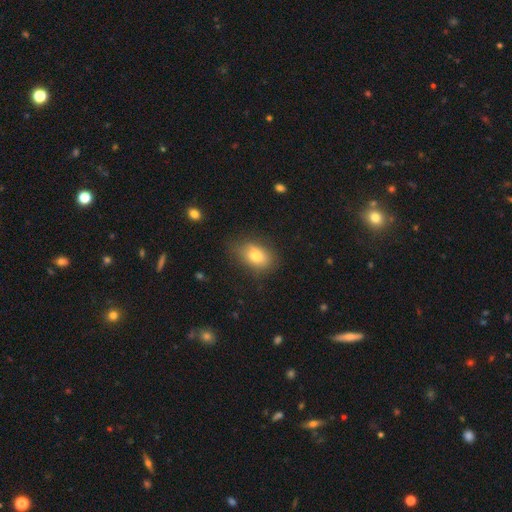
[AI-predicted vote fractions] Smooth or featured?
  - smooth: 75% *
  - featured or disk: 15%
  - star or artifact: 10%
How rounded?
  - in between: 79% *
  - round: 19%
  - cigar-shaped: 2%
Merging?
  - none: 68% *
  - minor disturbance: 23%
  - major disturbance: 7%
  - merger: 2%